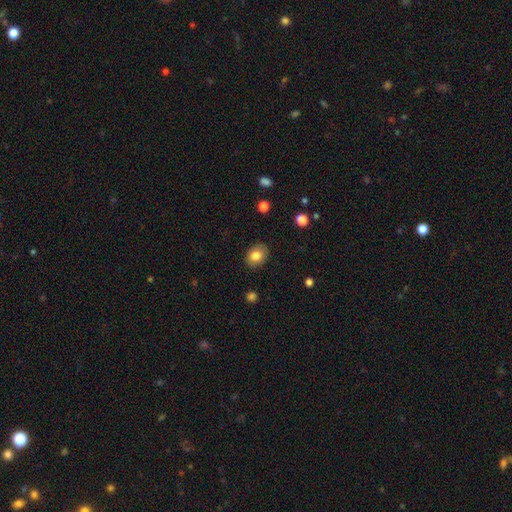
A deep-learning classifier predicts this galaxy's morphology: A smooth galaxy with no disk features (81%) that is in between round and cigar-shaped (62%). Merging: none (86%).